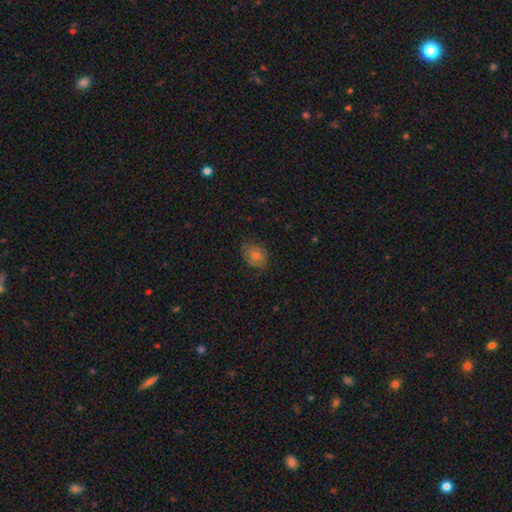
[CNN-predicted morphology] smooth 66%, featured or disk 21%, star or artifact 14%. Down the decision tree: how rounded — in between (52%); merging — none (76%).